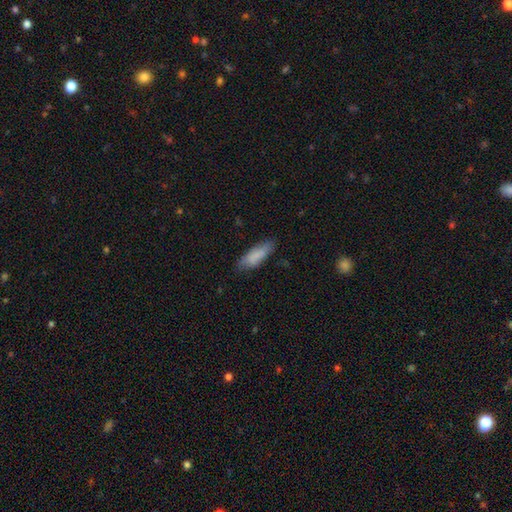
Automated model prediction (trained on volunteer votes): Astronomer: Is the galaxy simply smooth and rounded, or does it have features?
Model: smooth — 82%.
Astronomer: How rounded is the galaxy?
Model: in between — 56% (runner-up: cigar-shaped, 43%).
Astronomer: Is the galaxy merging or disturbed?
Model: none — 74%.